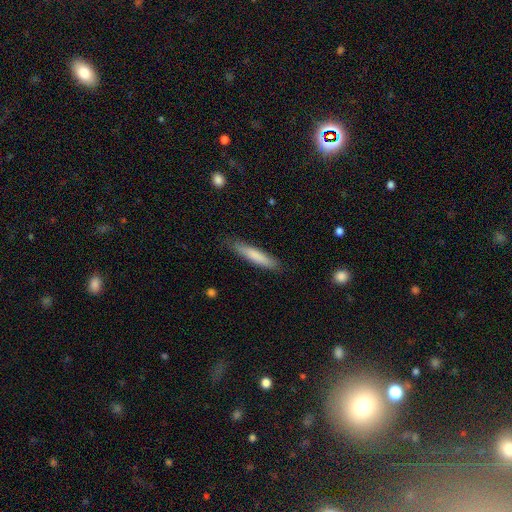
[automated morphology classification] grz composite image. It shows a smooth galaxy with no disk features (78%) that is cigar-shaped (90%). Merging: none (84%).